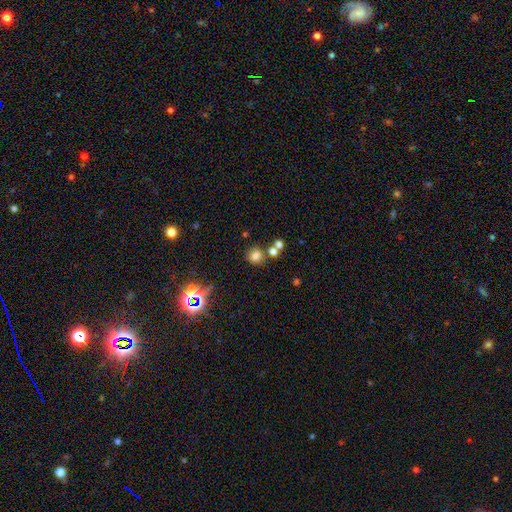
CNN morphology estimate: Overall: smooth (74%). How rounded: round (86%). Merging: none (68%).